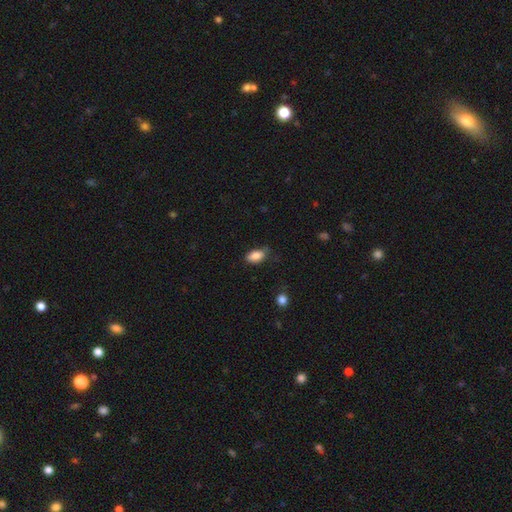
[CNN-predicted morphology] smooth 86%, star or artifact 8%, featured or disk 6%. Down the decision tree: how rounded — in between (90%); merging — none (66%).